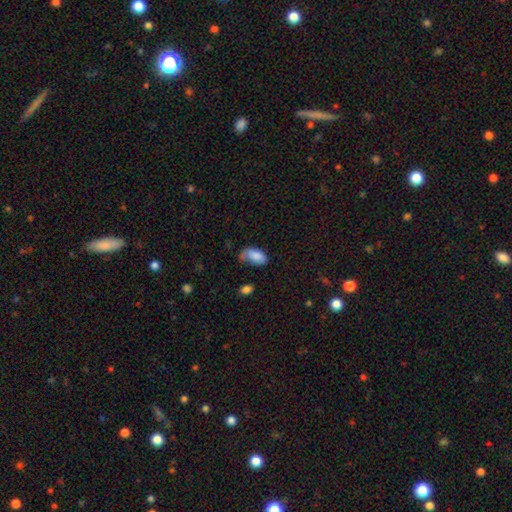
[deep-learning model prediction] Smooth or featured? Predicted: smooth (p=0.83). How rounded? Predicted: in between (p=0.94). Merging? Predicted: none (p=0.40).